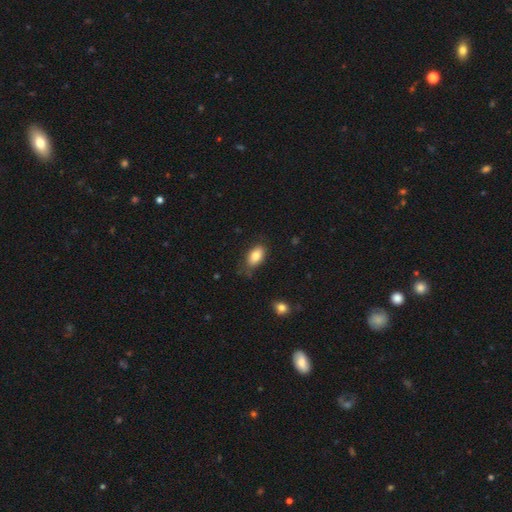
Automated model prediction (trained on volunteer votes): smooth 82%, featured or disk 10%, star or artifact 8%. Down the decision tree: how rounded — in between (91%); merging — none (74%).